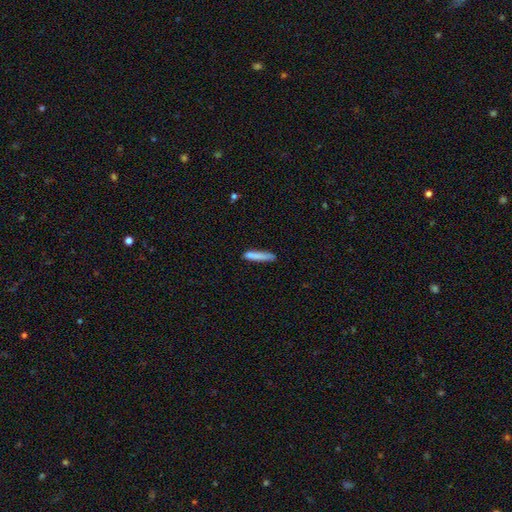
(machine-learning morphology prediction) smooth_or_featured: smooth (p=0.82) [alt: featured or disk p=0.11]
how_rounded: cigar-shaped (p=0.92) [alt: in between p=0.07]
merging: none (p=0.77) [alt: minor disturbance p=0.17]